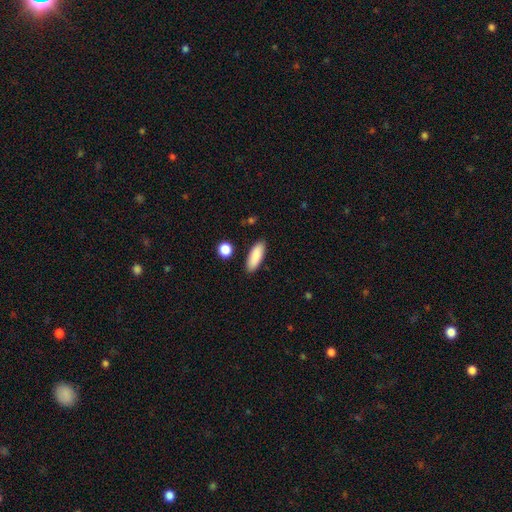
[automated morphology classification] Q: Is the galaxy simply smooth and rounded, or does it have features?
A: smooth — 87%.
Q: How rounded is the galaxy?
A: in between — 68%.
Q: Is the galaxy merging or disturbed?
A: none — 87%.